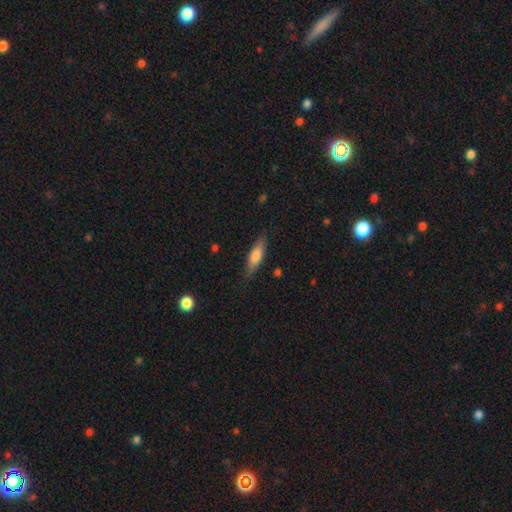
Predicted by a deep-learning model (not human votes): This appears to be a smooth galaxy with no disk features (69%) that is cigar-shaped (59%). Merging: none (83%).